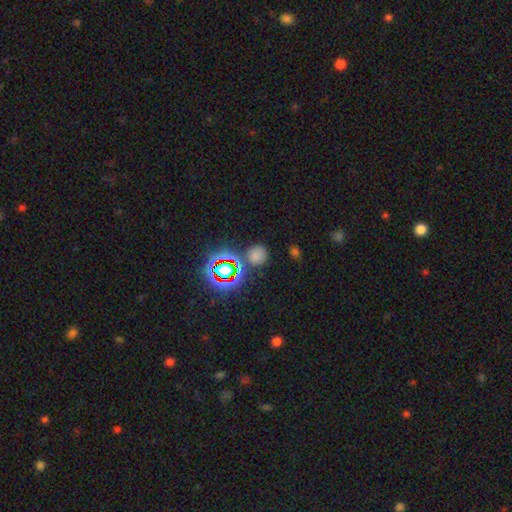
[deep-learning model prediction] smooth-or-featured: smooth: 62% | star or artifact: 32% | featured or disk: 6%
  how-rounded: round: 88% | in between: 10% | cigar-shaped: 1%
  merging: none: 77% | minor disturbance: 11% | merger: 8% | major disturbance: 4%